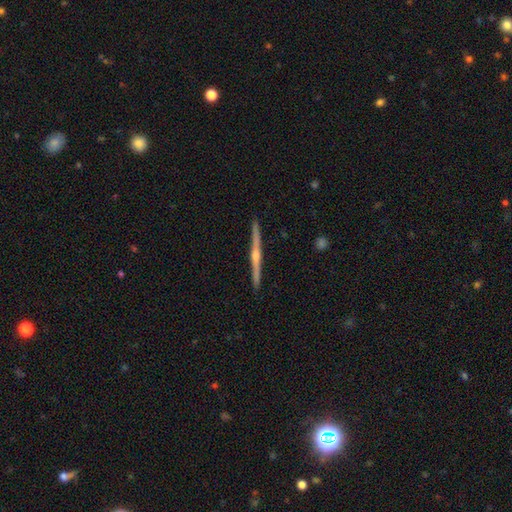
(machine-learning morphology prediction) This appears to be a featured or disk galaxy (81%) viewed edge-on (98%) with a rounded central bulge (85%). Merging: none (91%).